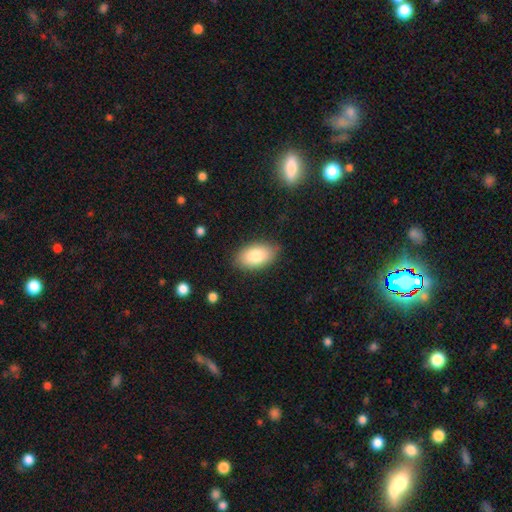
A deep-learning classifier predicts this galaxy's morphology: type=smooth (83%); roundness=in between (94%); merging=none (83%).